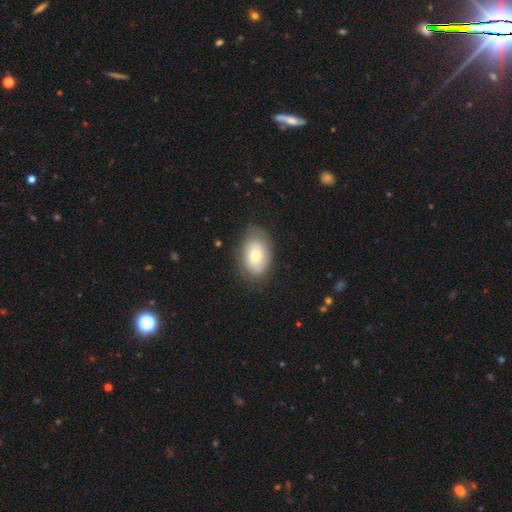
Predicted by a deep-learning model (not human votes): Overall: smooth (65%; featured or disk 28%). How rounded: in between (85%). Merging: none (75%).